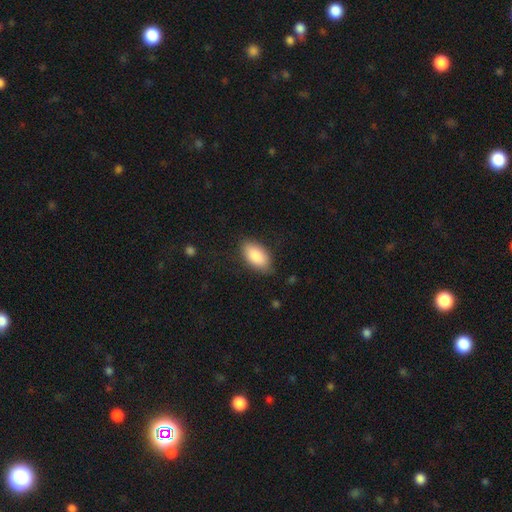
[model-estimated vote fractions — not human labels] smooth-or-featured: smooth: 87% | featured or disk: 7% | star or artifact: 6%
  how-rounded: in between: 94% | cigar-shaped: 3% | round: 3%
  merging: none: 80% | minor disturbance: 15% | major disturbance: 4% | merger: 1%